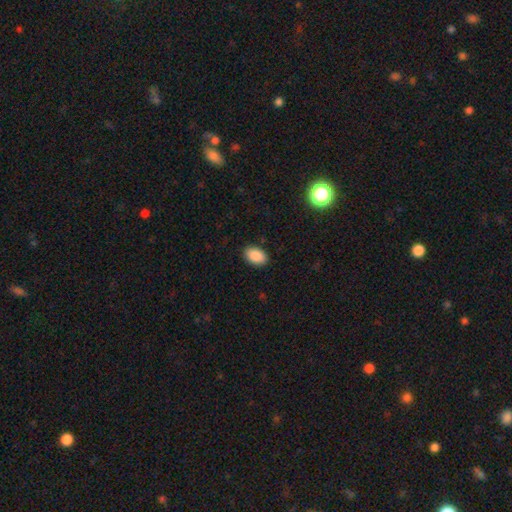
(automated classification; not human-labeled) Overall: smooth (89%). How rounded: in between (90%). Merging: none (89%).